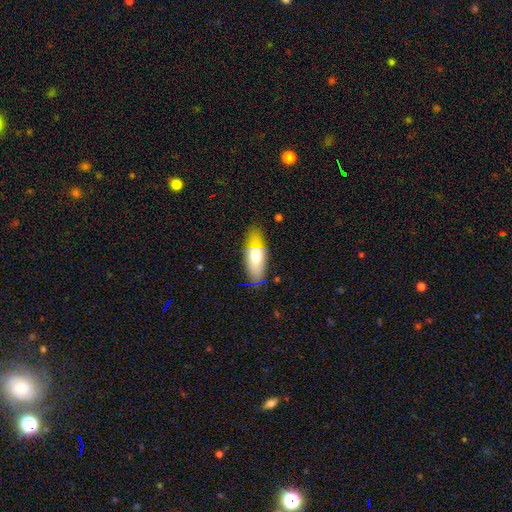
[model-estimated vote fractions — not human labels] Smooth or featured? smooth (61%)
How rounded? in between (82%)
Merging? none (69%)